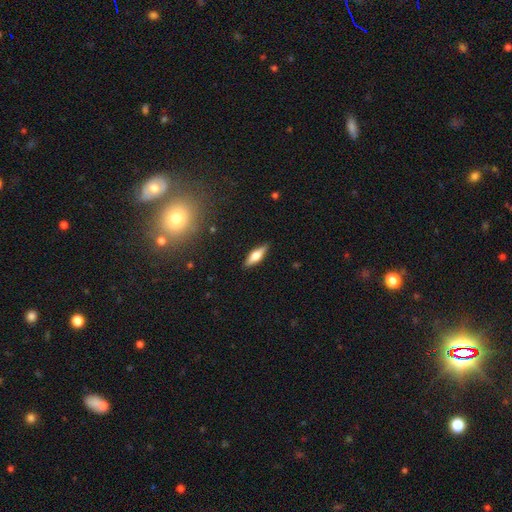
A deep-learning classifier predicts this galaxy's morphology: A smooth galaxy with no disk features (50%) that is cigar-shaped (51%). Merging: none (88%).